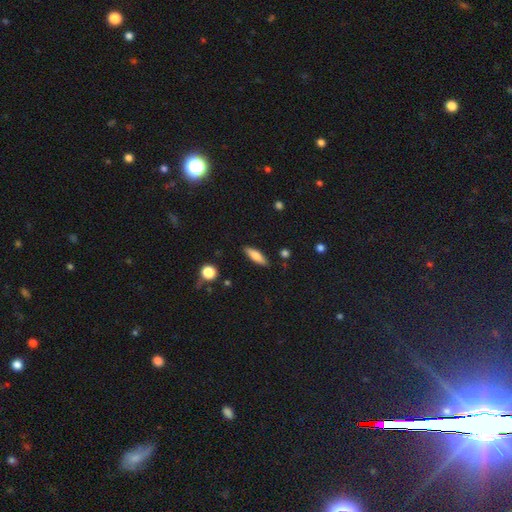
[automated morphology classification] smooth_or_featured: smooth (p=0.72) [alt: featured or disk p=0.21]
how_rounded: cigar-shaped (p=0.54) [alt: in between p=0.44]
merging: none (p=0.86) [alt: minor disturbance p=0.10]